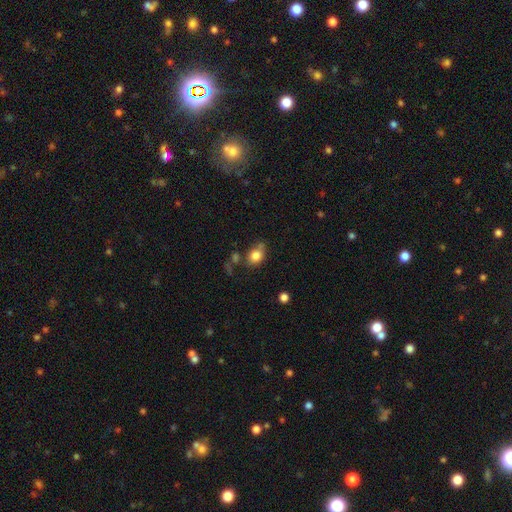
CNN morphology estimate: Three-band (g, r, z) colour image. It shows a smooth galaxy with no disk features (82%) that is in between round and cigar-shaped (58%). Merging: none (55%).